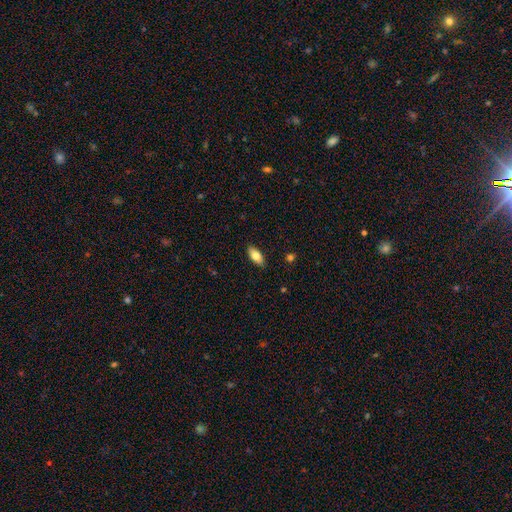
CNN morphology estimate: smooth 79%, featured or disk 14%, star or artifact 7%. Down the decision tree: how rounded — in between (88%); merging — none (88%).